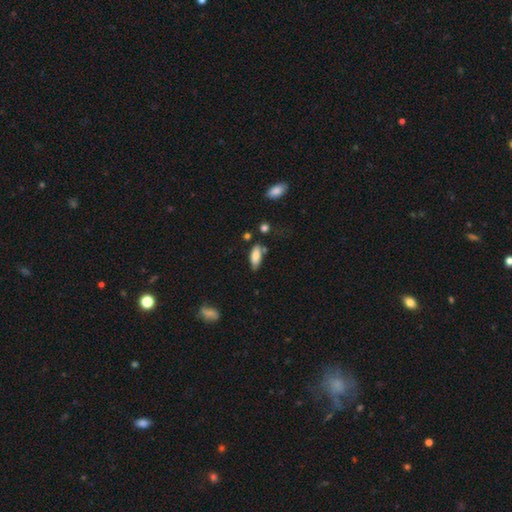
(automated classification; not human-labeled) A smooth galaxy with no disk features (82%) that is in between round and cigar-shaped (77%). Merging: none (62%).